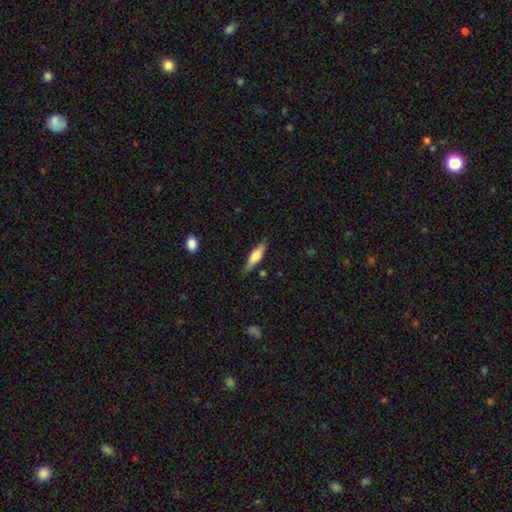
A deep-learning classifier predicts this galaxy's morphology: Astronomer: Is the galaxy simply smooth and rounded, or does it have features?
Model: smooth — 61%.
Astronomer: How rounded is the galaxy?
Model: cigar-shaped — 60% (runner-up: in between, 38%).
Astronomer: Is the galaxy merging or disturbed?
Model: none — 79%.